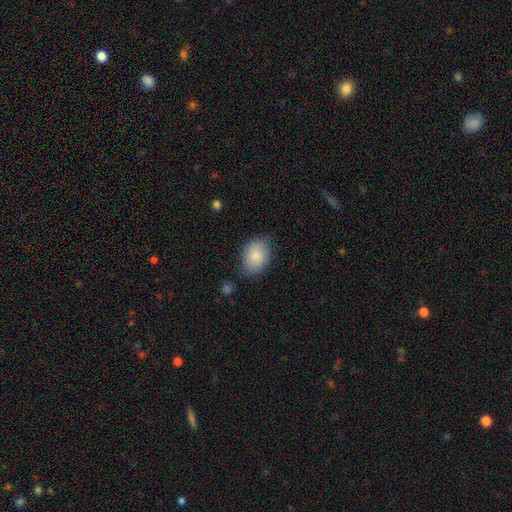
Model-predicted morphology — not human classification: type=smooth (86%); roundness=in between (68%); merging=none (76%).